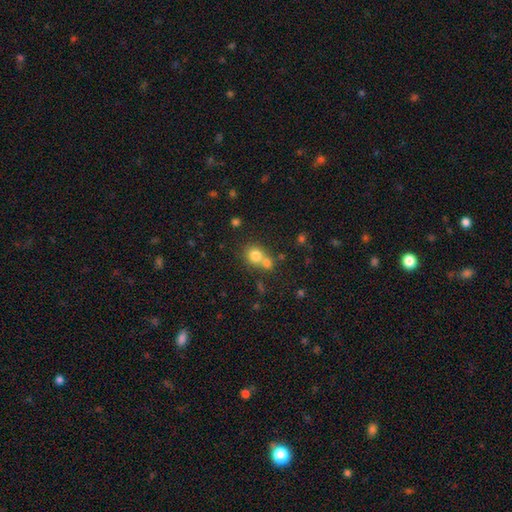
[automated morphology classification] The model was most divided on "merging": merger: 49%, none: 41%, minor disturbance: 8%, major disturbance: 3%. More confident: how rounded — round (78%); smooth or featured — smooth (77%).